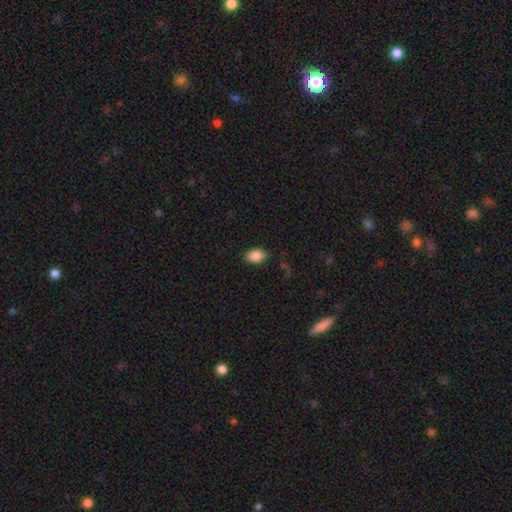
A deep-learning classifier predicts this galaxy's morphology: Smooth or featured?
  - smooth: 87% *
  - star or artifact: 8%
  - featured or disk: 5%
How rounded?
  - in between: 81% *
  - round: 17%
  - cigar-shaped: 1%
Merging?
  - none: 79% *
  - minor disturbance: 16%
  - major disturbance: 4%
  - merger: 2%